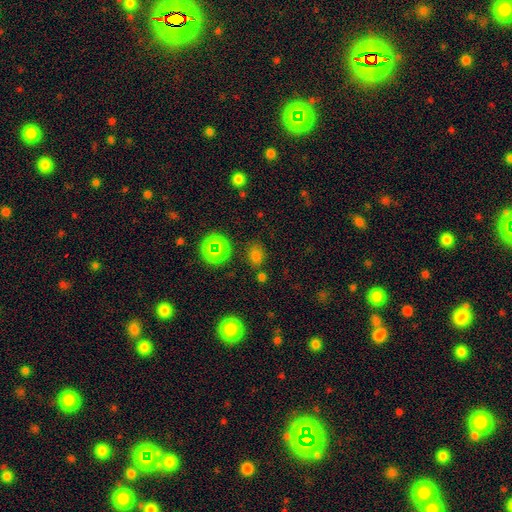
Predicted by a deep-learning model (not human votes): This appears to be a smooth galaxy with no disk features (67%) that is in between round and cigar-shaped (61%). Merging: none (75%).